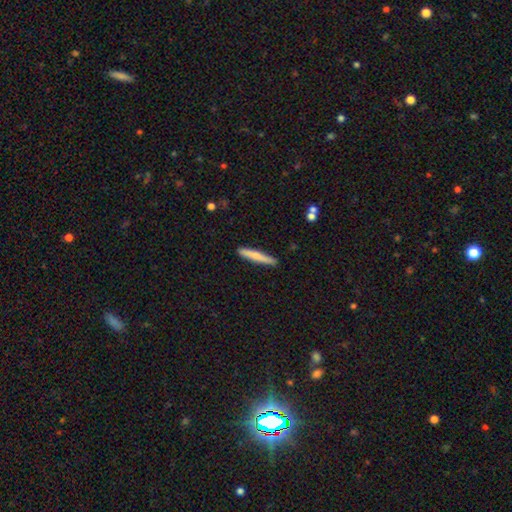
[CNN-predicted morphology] This is likely a smooth galaxy (72%). How rounded: clearly cigar-shaped (95%). Merging: clearly none (89%).